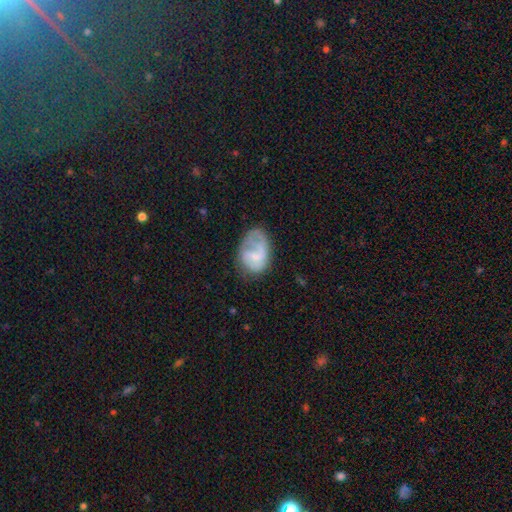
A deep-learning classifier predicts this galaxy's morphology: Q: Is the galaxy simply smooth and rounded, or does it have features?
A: featured or disk — 53%.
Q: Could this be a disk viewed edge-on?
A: no — 97%.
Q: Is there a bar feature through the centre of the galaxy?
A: no — 51%.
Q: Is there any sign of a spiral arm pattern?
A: yes — 72%.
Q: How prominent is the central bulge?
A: small — 55%.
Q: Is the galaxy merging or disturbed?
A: none — 40%.